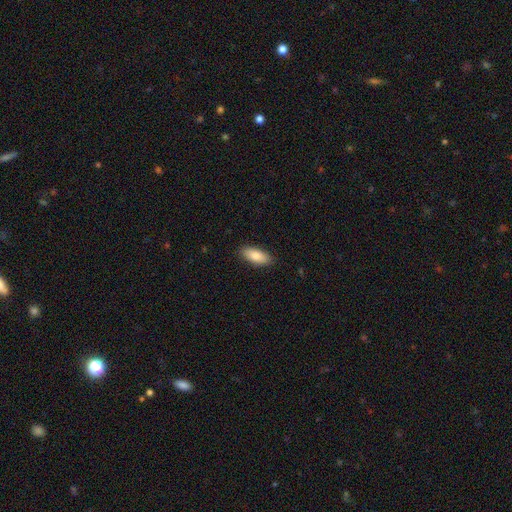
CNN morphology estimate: Smooth or featured? smooth (84%)
How rounded? in between (82%)
Merging? none (88%)